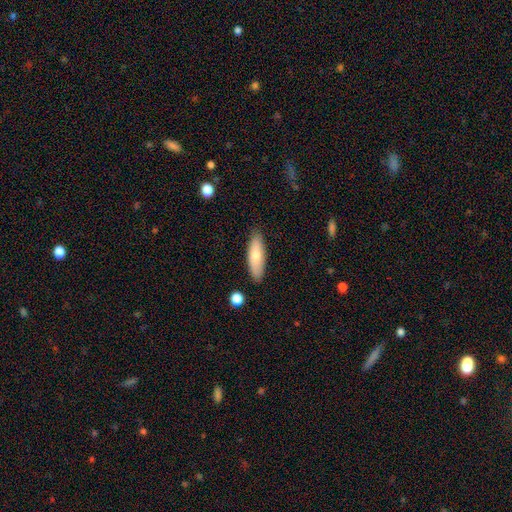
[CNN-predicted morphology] Smooth or featured?
  - smooth: 74% *
  - featured or disk: 20%
  - star or artifact: 6%
How rounded?
  - in between: 53% *
  - cigar-shaped: 45%
  - round: 2%
Merging?
  - none: 84% *
  - minor disturbance: 11%
  - major disturbance: 2%
  - merger: 2%